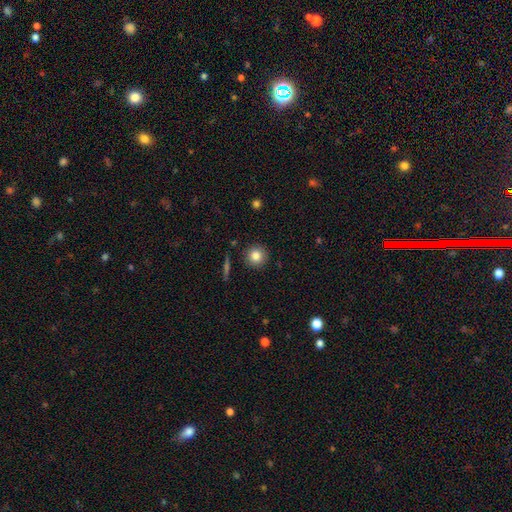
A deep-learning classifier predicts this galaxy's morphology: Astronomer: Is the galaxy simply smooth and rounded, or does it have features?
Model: smooth — 82%.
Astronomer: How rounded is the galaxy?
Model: round — 95%.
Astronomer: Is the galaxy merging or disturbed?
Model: none — 91%.